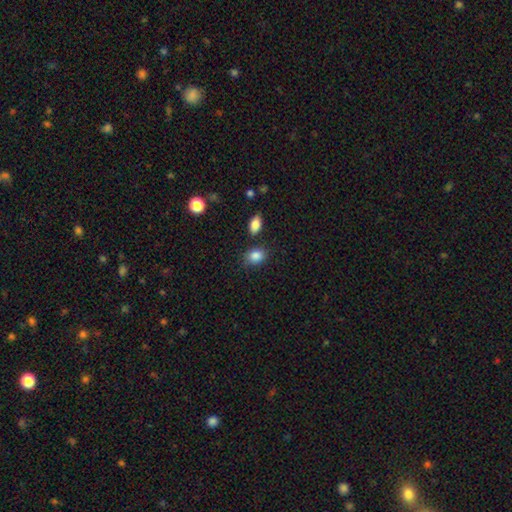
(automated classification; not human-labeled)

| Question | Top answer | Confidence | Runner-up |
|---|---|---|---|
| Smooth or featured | smooth | 87% | star or artifact (9%) |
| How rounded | in between | 65% | round (34%) |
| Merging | none | 75% | minor disturbance (15%) |